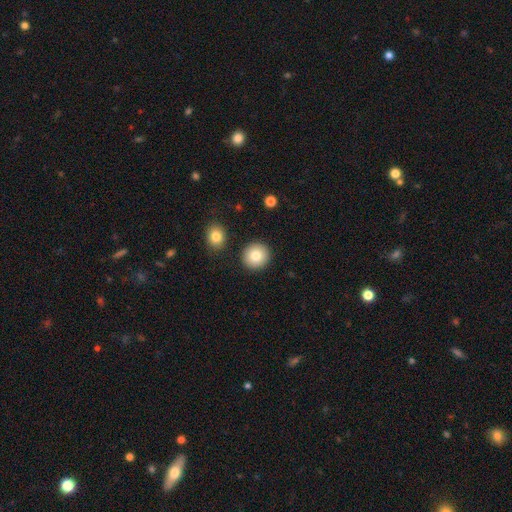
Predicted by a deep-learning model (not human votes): smooth 82%, featured or disk 9%, star or artifact 9%. Down the decision tree: how rounded — round (92%); merging — none (90%).